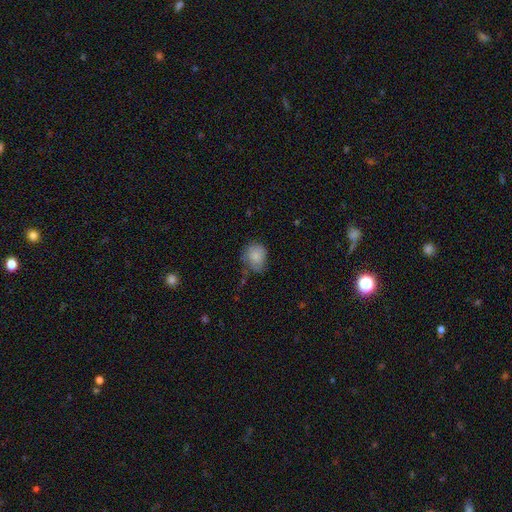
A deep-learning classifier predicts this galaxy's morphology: Overall: smooth (77%). How rounded: round (67%; in between 32%). Merging: none (50%; minor disturbance 35%).